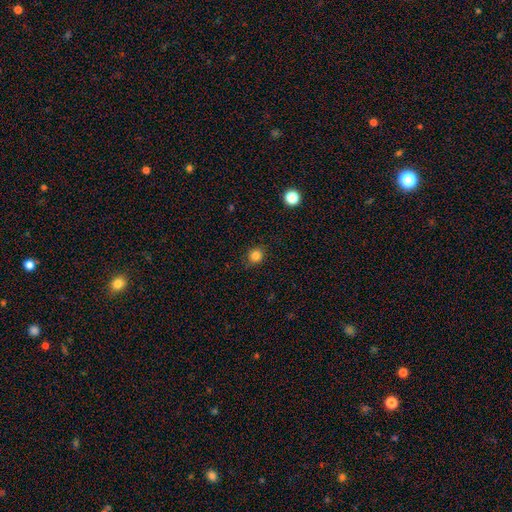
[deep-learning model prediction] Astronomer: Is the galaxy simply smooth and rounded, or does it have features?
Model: smooth — 83%.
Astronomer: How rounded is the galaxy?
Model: round — 89%.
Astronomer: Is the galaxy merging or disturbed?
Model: none — 85%.